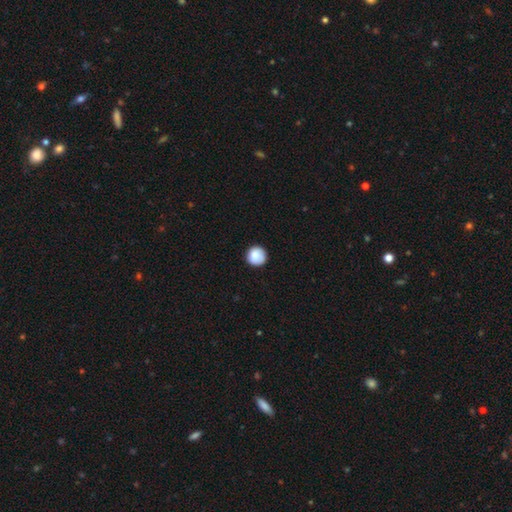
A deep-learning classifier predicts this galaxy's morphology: type=smooth (87%); roundness=round (95%); merging=none (87%).